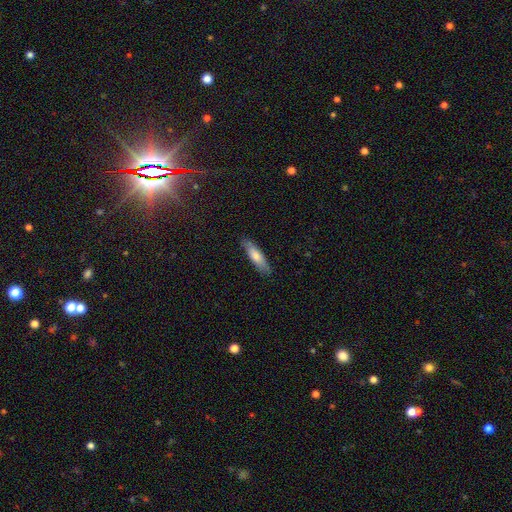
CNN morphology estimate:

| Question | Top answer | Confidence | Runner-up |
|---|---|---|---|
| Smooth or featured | smooth | 69% | featured or disk (25%) |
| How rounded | cigar-shaped | 69% | in between (30%) |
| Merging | none | 85% | minor disturbance (12%) |